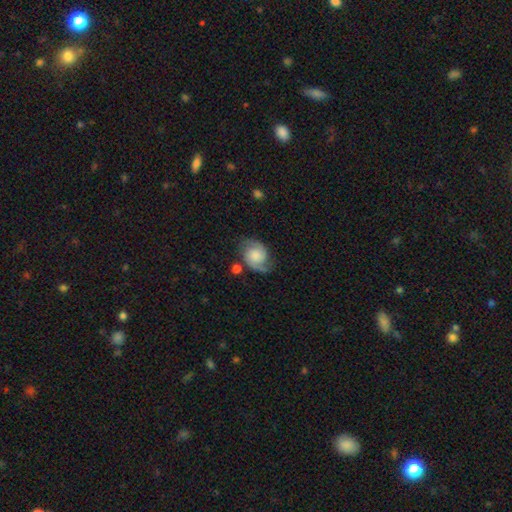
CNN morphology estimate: Smooth or featured? featured or disk (73%)
Edge-on disk? no (98%)
Bar? no (71%)
Spiral arms? yes (95%)
Spiral winding? medium (47%)
Spiral arm count? 2 (90%)
Bulge size? moderate (25%)
Merging? none (68%)